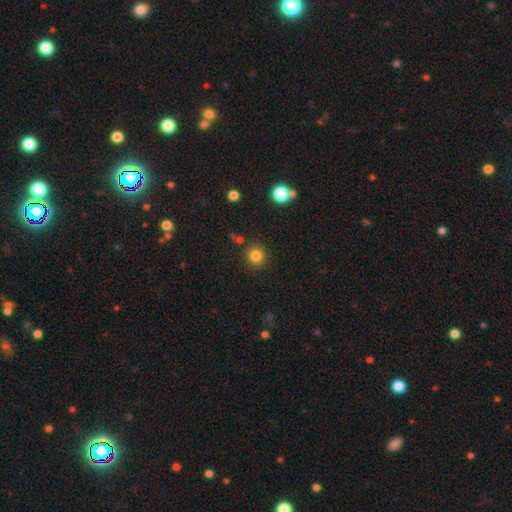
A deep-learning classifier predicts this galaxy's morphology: Smooth or featured?
  - smooth: 83% *
  - star or artifact: 12%
  - featured or disk: 5%
How rounded?
  - round: 90% *
  - in between: 9%
  - cigar-shaped: 1%
Merging?
  - none: 86% *
  - minor disturbance: 8%
  - merger: 3%
  - major disturbance: 3%